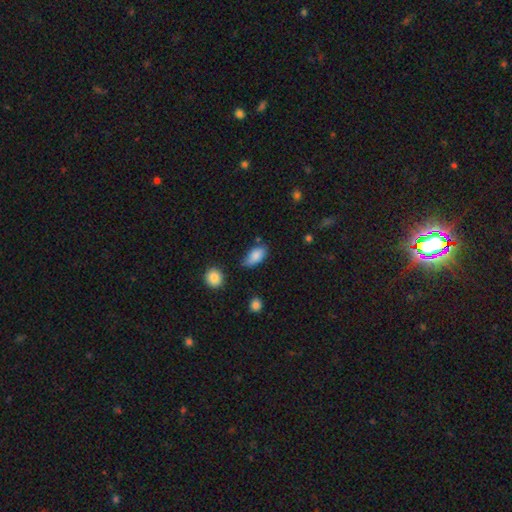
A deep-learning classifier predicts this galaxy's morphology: This appears to be a smooth galaxy with no disk features (84%) that is in between round and cigar-shaped (89%). Merging: none (62%).